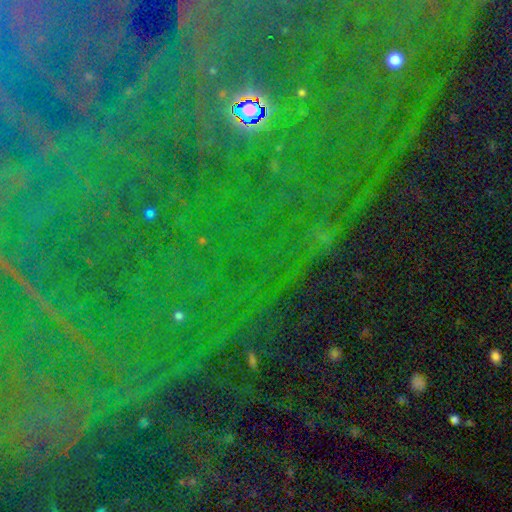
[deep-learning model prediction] This appears to be a star or artifact, not a galaxy (83%).